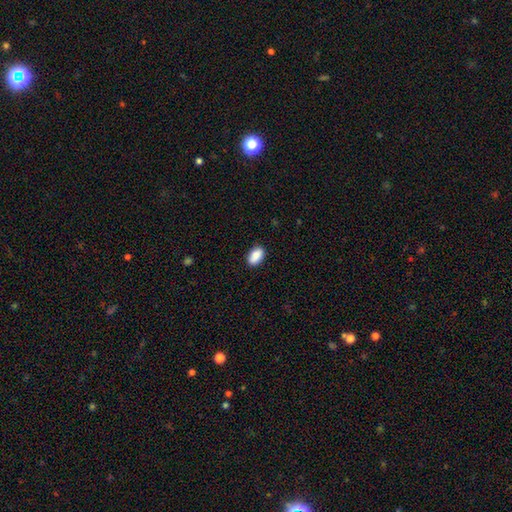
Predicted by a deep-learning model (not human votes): This is clearly a smooth galaxy (90%). How rounded: clearly in between (92%). Merging: clearly none (89%).